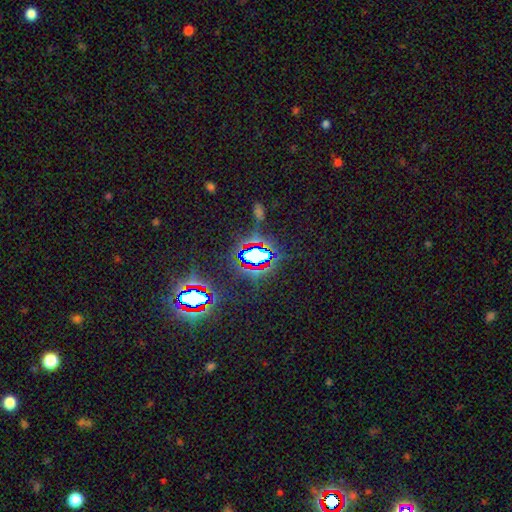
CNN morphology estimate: A star or artifact, not a galaxy (73%).